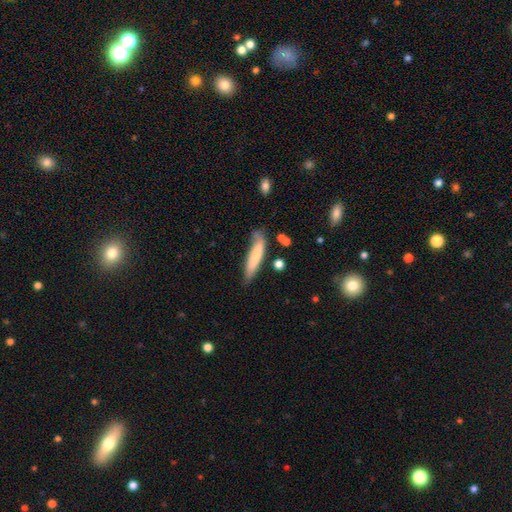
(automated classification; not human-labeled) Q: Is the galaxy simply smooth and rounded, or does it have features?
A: smooth — 72%.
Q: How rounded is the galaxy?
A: cigar-shaped — 81%.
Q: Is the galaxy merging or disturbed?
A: none — 66%.